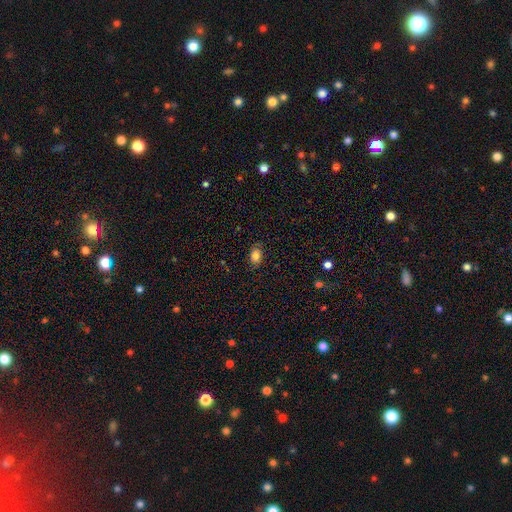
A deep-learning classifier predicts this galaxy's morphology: Overall: smooth (82%). How rounded: in between (79%). Merging: none (80%).